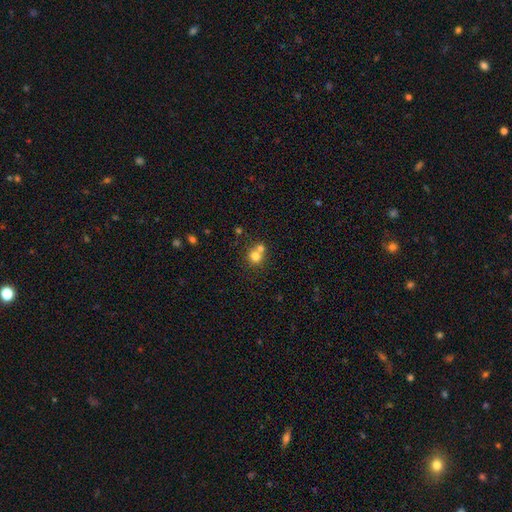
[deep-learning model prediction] smooth 75%, star or artifact 13%, featured or disk 12%. Down the decision tree: how rounded — round (86%); merging — merger (47%).